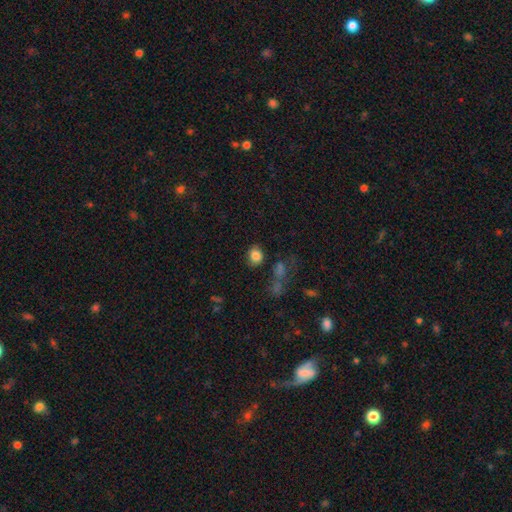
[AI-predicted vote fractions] Smooth or featured? smooth (83%)
How rounded? round (59%)
Merging? none (76%)